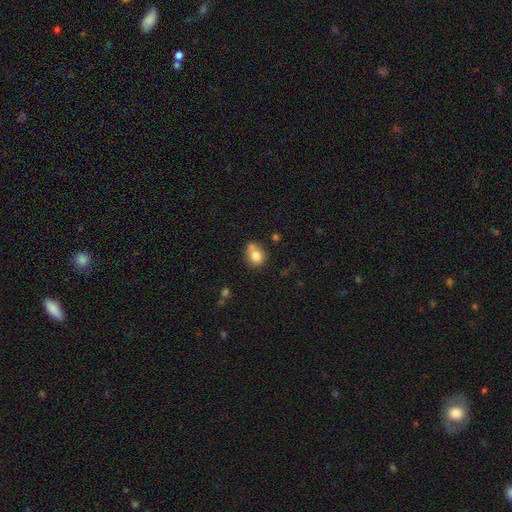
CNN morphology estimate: This is likely a smooth galaxy (77%). How rounded: likely round (64%). Merging: possibly none (48%).